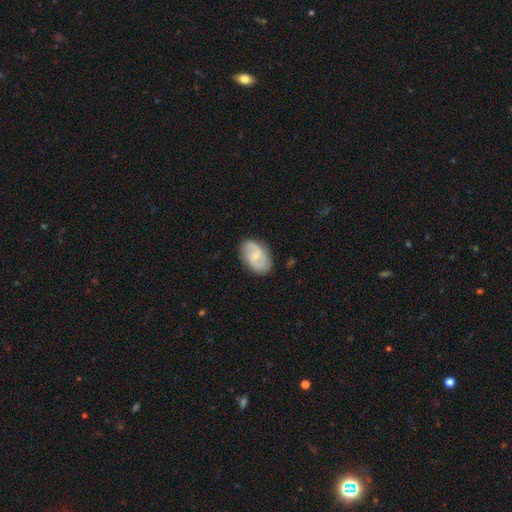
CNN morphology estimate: The model was most divided on "bar": weak: 48%, no: 43%, strong: 9%. Remaining: edge-on disk — no (97%); spiral arms — yes (90%); spiral arm count — 2 (87%); merging — none (83%); smooth or featured — featured or disk (68%); bulge size — small (62%); spiral winding — medium (46%).